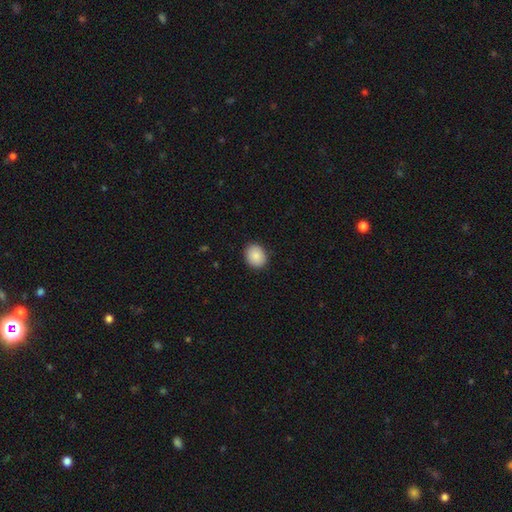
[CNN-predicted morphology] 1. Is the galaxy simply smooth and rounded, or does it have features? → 89% smooth, 7% star or artifact, 4% featured or disk.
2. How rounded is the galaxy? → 53% round, 46% in between, 1% cigar-shaped.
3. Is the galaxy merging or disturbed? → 89% none, 8% minor disturbance, 2% major disturbance, 1% merger.